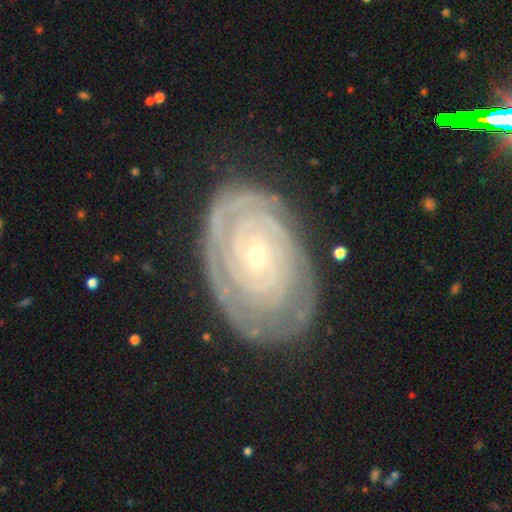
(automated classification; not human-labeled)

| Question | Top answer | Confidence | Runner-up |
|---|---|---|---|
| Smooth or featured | featured or disk | 85% | smooth (9%) |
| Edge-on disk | no | 95% | yes (5%) |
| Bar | no | 72% | weak (20%) |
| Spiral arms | yes | 94% | no (6%) |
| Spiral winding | tight | 87% | medium (10%) |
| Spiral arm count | can't tell | 37% | 2 (23%) |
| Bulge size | small | 78% | moderate (19%) |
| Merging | none | 77% | minor disturbance (17%) |